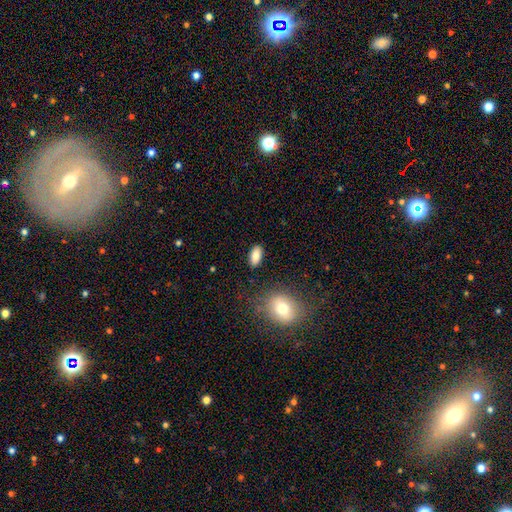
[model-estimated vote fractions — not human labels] Smooth or featured?
  - smooth: 84% *
  - star or artifact: 8%
  - featured or disk: 8%
How rounded?
  - in between: 89% *
  - cigar-shaped: 7%
  - round: 4%
Merging?
  - none: 86% *
  - minor disturbance: 9%
  - major disturbance: 3%
  - merger: 2%